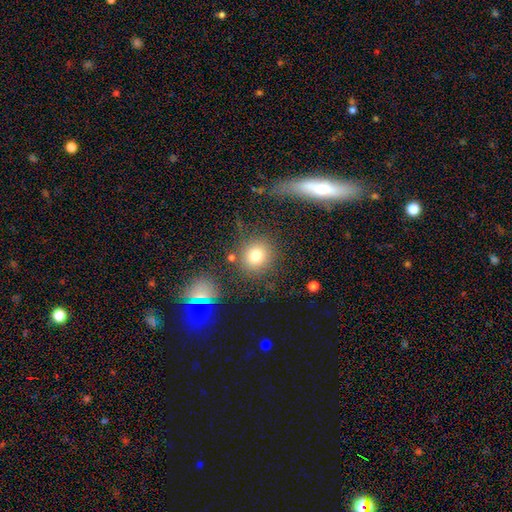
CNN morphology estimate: This appears to be a smooth galaxy with no disk features (76%) that is round (89%). Merging: none (81%).